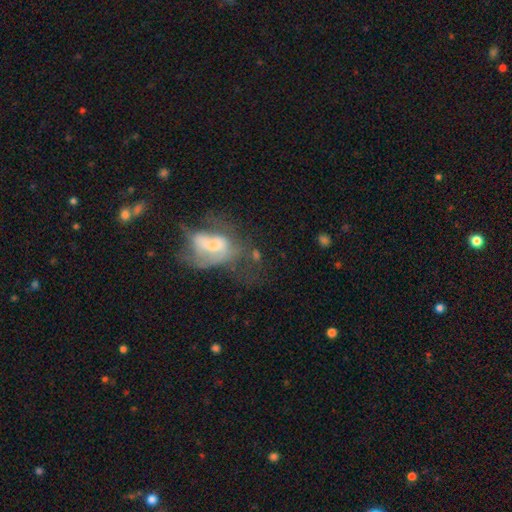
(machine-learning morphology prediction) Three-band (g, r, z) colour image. It shows a featured or disk galaxy (55%) with no bar (59%), no spiral arms (57%) and a moderate central bulge (41%). Merging: major disturbance (43%).